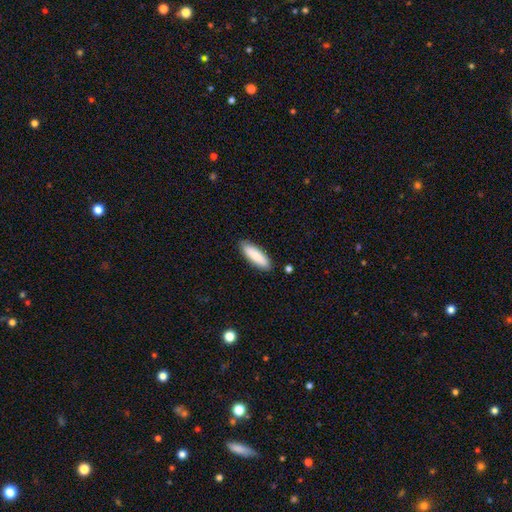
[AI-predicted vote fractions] The model was most divided on "how rounded": cigar-shaped: 50%, in between: 48%, round: 2%. More confident: merging — none (88%); smooth or featured — smooth (81%).